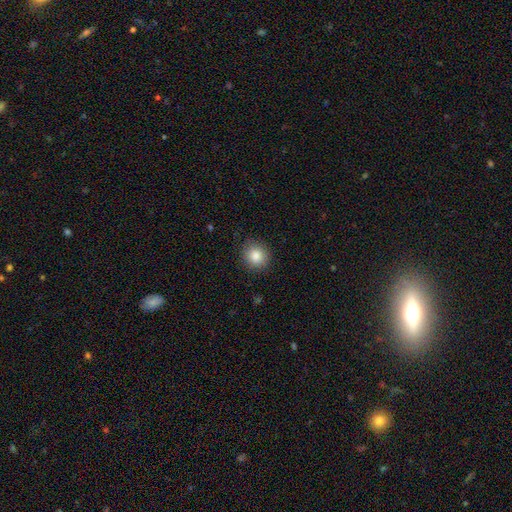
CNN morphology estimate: The model was most divided on "smooth or featured": smooth: 86%, star or artifact: 9%, featured or disk: 5%. More confident: how rounded — round (88%); merging — none (88%).